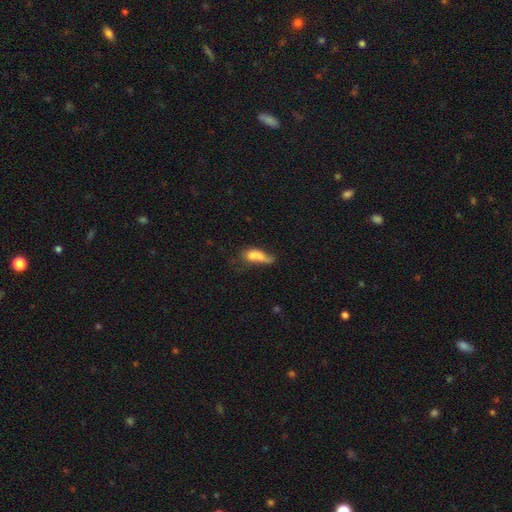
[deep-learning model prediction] smooth-or-featured: smooth: 65% | featured or disk: 25% | star or artifact: 10%
  how-rounded: in between: 66% | cigar-shaped: 26% | round: 8%
  merging: merger: 35% | none: 23% | major disturbance: 23% | minor disturbance: 19%